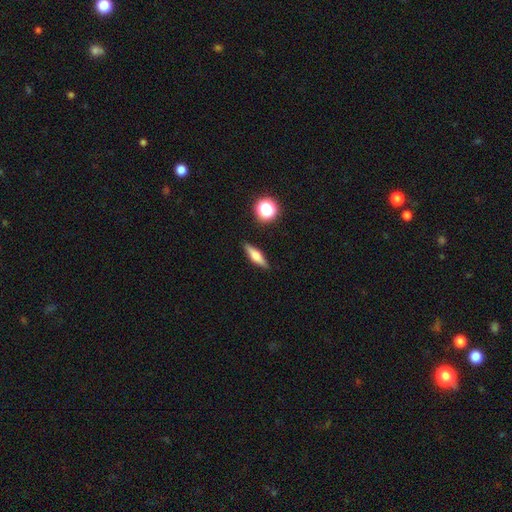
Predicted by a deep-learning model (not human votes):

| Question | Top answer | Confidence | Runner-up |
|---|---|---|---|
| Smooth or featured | smooth | 51% | featured or disk (41%) |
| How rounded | cigar-shaped | 62% | in between (33%) |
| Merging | none | 88% | minor disturbance (8%) |